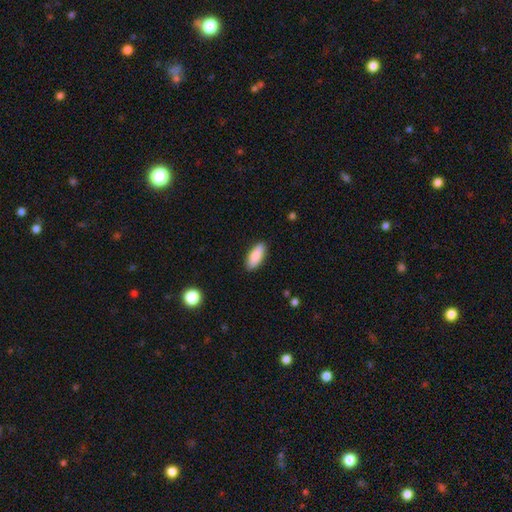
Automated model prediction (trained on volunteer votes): A smooth galaxy with no disk features (87%) that is in between round and cigar-shaped (76%). Merging: none (88%).